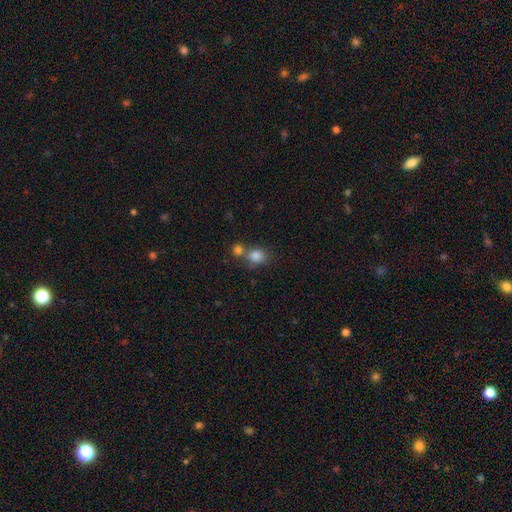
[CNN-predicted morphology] A smooth galaxy with no disk features (83%) that is round (69%).

Vote fractions:
- Smooth or featured? smooth: 83% / star or artifact: 11% / featured or disk: 6%
- How rounded? round: 69% / in between: 30% / cigar-shaped: 1%
- Merging? none: 49% / merger: 37% / minor disturbance: 10% / major disturbance: 4%